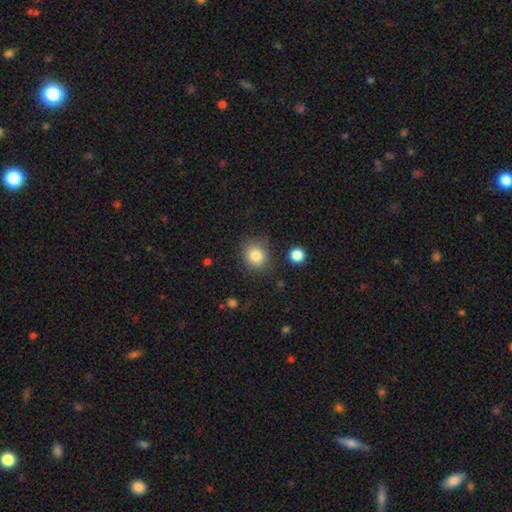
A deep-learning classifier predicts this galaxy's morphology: smooth_or_featured: smooth (p=0.83) [alt: star or artifact p=0.11]
how_rounded: round (p=0.84) [alt: in between p=0.15]
merging: none (p=0.82) [alt: minor disturbance p=0.11]